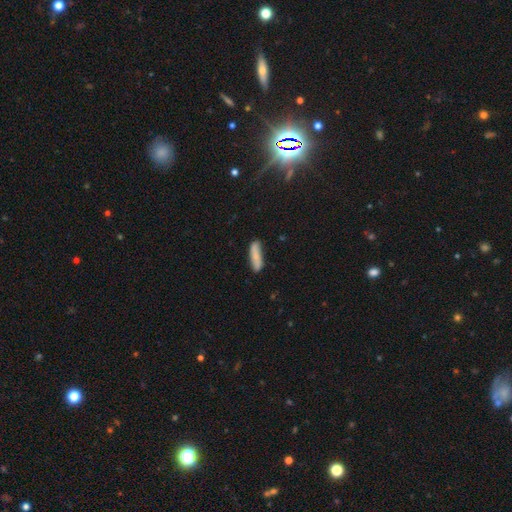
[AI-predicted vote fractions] Morphology: type=smooth (76%); roundness=cigar-shaped (68%); merging=none (78%).